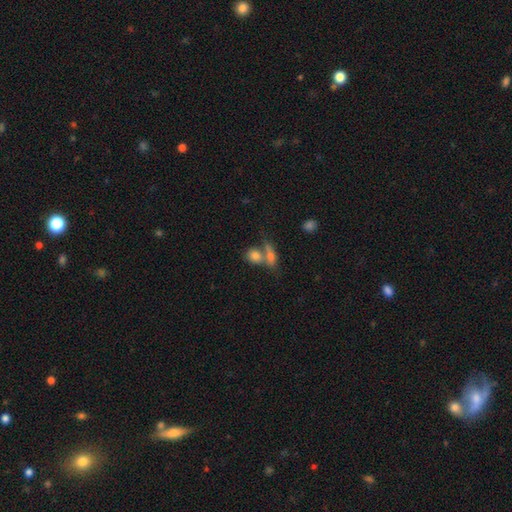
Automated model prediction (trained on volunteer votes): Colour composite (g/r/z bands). It shows a smooth galaxy with no disk features (77%) that is round (54%). Merging: merger (49%).